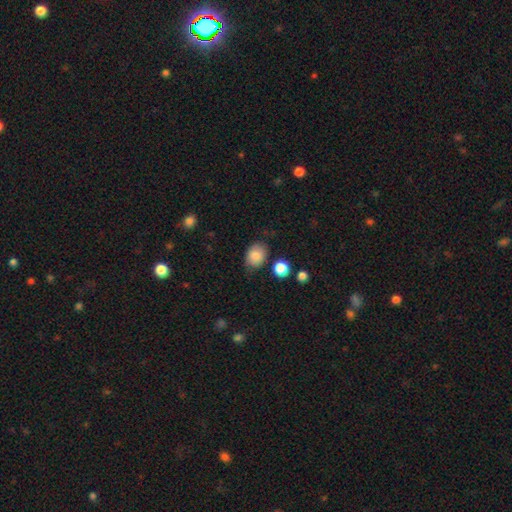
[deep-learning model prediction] smooth_or_featured: smooth (p=0.84) [alt: star or artifact p=0.09]
how_rounded: in between (p=0.66) [alt: round p=0.33]
merging: none (p=0.73) [alt: minor disturbance p=0.19]